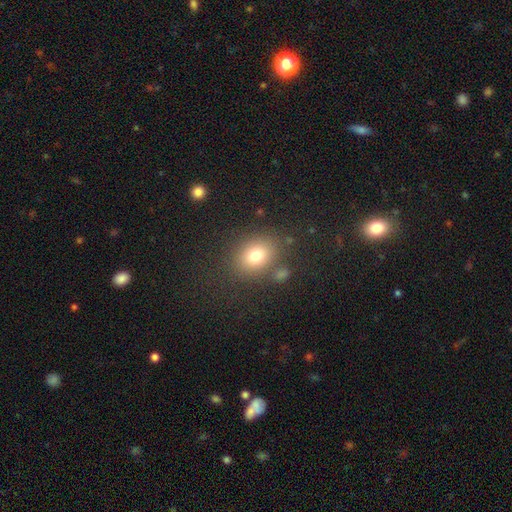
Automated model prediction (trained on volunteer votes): This is likely a smooth galaxy (76%). How rounded: possibly round (50%). Merging: likely none (78%).